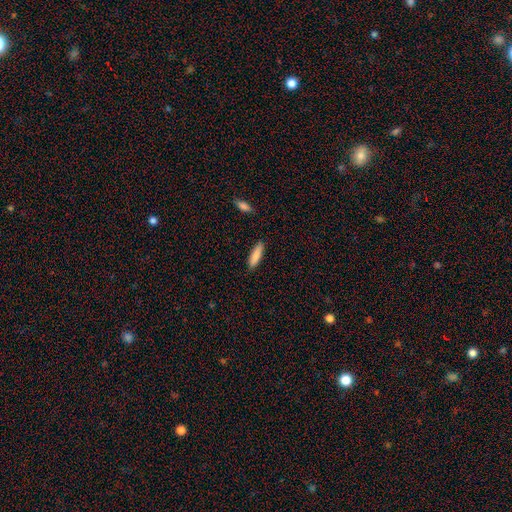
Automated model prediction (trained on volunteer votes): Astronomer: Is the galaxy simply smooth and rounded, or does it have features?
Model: smooth — 86%.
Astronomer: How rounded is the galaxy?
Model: cigar-shaped — 65%.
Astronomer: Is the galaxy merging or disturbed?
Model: none — 88%.